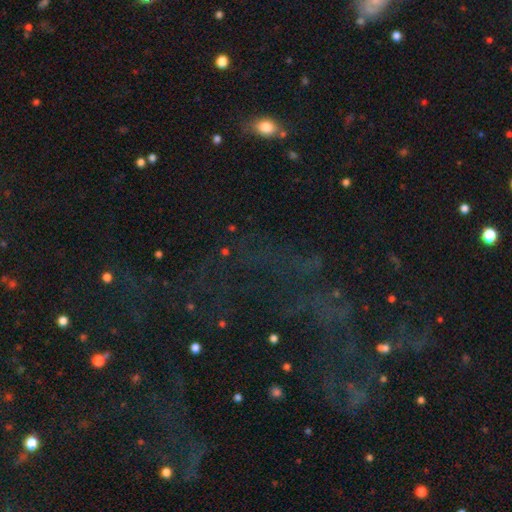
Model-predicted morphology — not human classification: smooth_or_featured: star or artifact (p=0.68) [alt: smooth p=0.17]